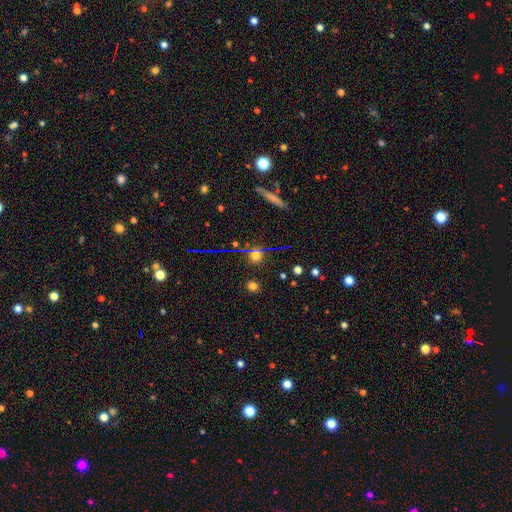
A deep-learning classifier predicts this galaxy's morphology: The model was most divided on "smooth or featured": smooth: 54%, star or artifact: 35%, featured or disk: 11%. More confident: how rounded — round (87%); merging — none (85%).